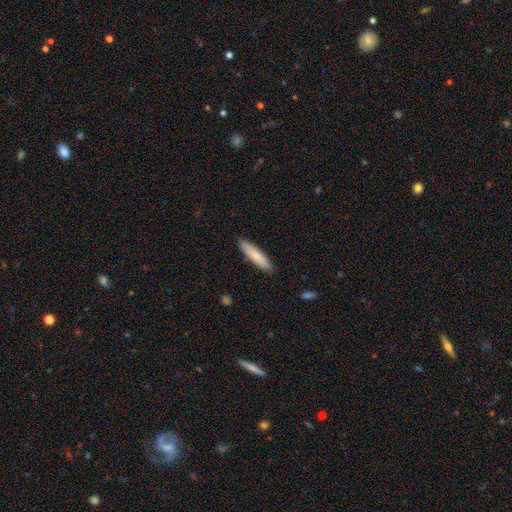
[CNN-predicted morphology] This appears to be a smooth galaxy with no disk features (78%) that is cigar-shaped (81%). Merging: none (89%).